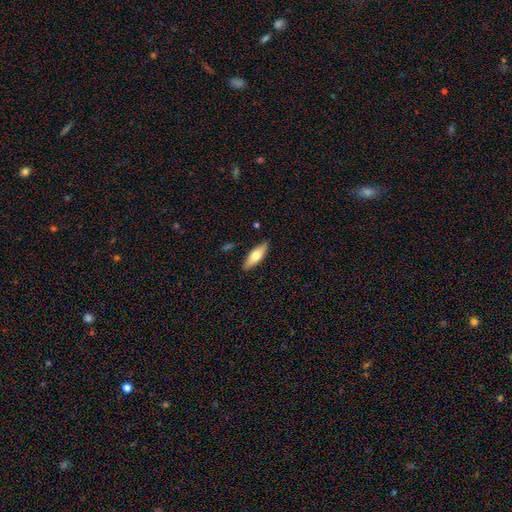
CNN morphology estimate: Q: Smooth or featured?
A: smooth (65%); runner-up: featured or disk (29%)
Q: How rounded?
A: in between (65%); runner-up: cigar-shaped (32%)
Q: Merging?
A: none (88%); runner-up: minor disturbance (9%)